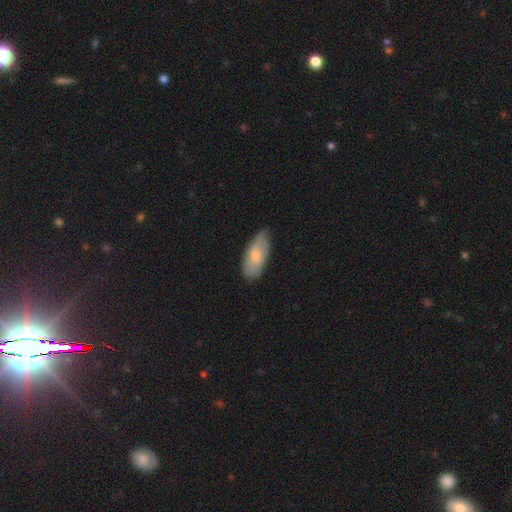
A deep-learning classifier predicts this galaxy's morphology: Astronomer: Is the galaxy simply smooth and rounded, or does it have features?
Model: smooth — 70%.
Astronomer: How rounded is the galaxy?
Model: in between — 86%.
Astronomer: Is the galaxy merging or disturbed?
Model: none — 68%.